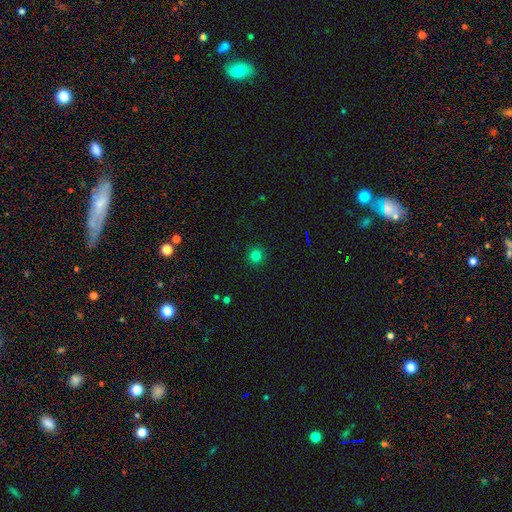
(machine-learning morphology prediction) This is clearly a smooth galaxy (80%). How rounded: clearly round (94%). Merging: clearly none (92%).